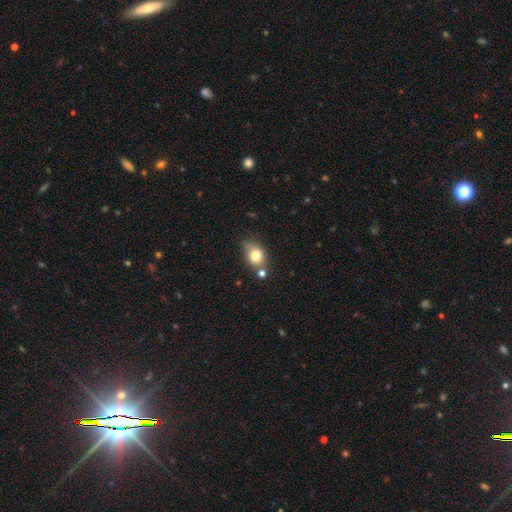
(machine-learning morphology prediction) Smooth or featured: smooth — 76% (featured or disk — 13%)
How rounded: in between — 59% (round — 40%)
Merging: none — 53% (minor disturbance — 25%)